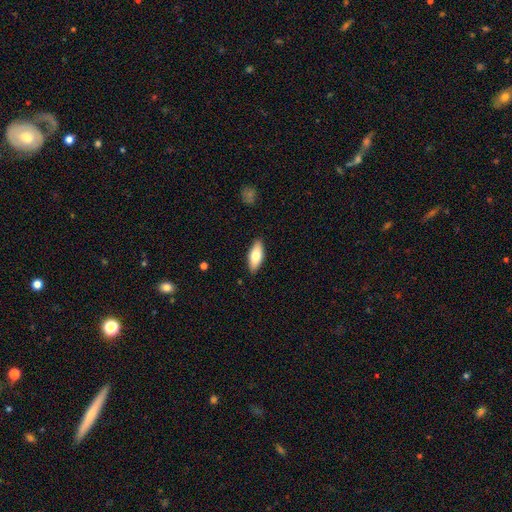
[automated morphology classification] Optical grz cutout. It shows a smooth galaxy with no disk features (75%) that is in between round and cigar-shaped (76%). Merging: none (88%).